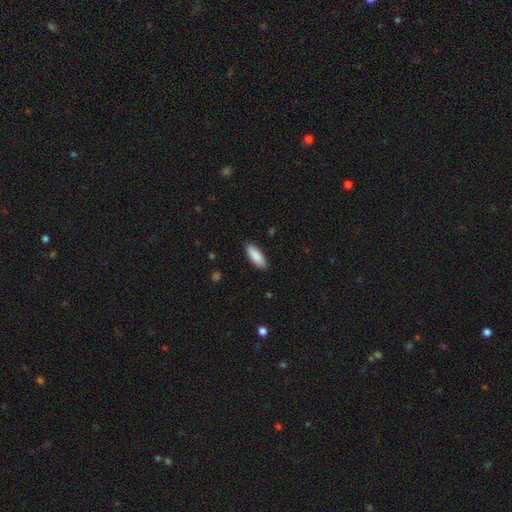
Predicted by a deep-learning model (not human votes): The model was most divided on "how rounded": in between: 73%, cigar-shaped: 25%, round: 2%. More confident: smooth or featured — smooth (89%); merging — none (88%).